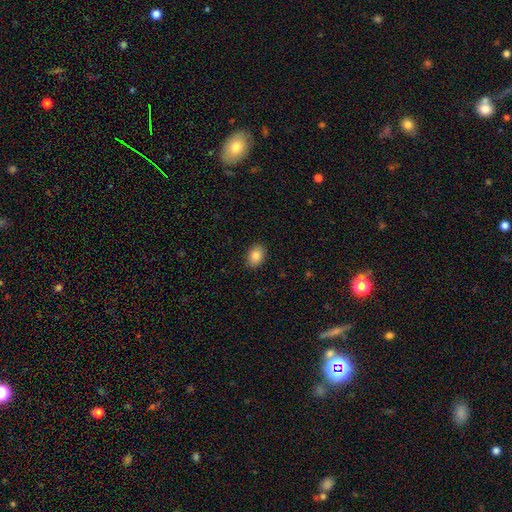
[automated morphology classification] Smooth or featured?
  - smooth: 84% *
  - star or artifact: 8%
  - featured or disk: 7%
How rounded?
  - in between: 78% *
  - round: 21%
  - cigar-shaped: 1%
Merging?
  - none: 89% *
  - minor disturbance: 8%
  - major disturbance: 2%
  - merger: 1%